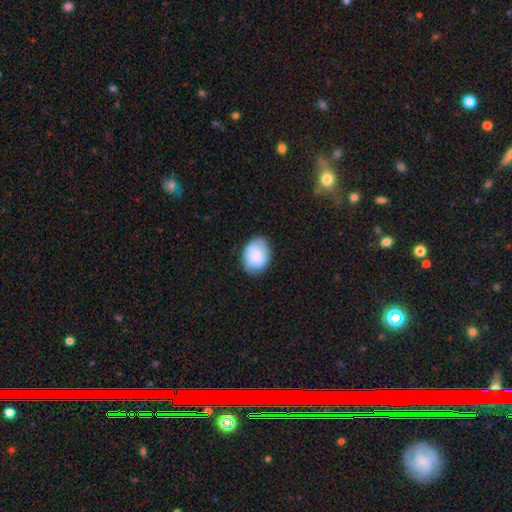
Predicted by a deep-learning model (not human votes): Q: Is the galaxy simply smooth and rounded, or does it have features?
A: smooth — 68%.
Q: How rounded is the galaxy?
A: in between — 62%.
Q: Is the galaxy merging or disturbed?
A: none — 76%.